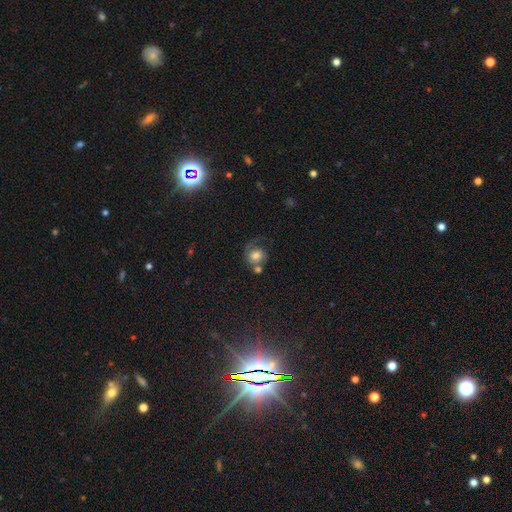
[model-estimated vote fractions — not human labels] This is possibly a smooth galaxy (59%). How rounded: likely round (69%). Merging: marginally none (35%).